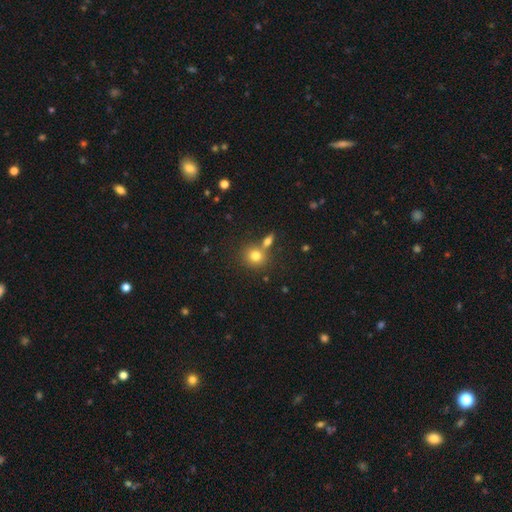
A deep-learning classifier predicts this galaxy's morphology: Overall: smooth (77%). How rounded: round (83%). Merging: none (59%; merger 29%).